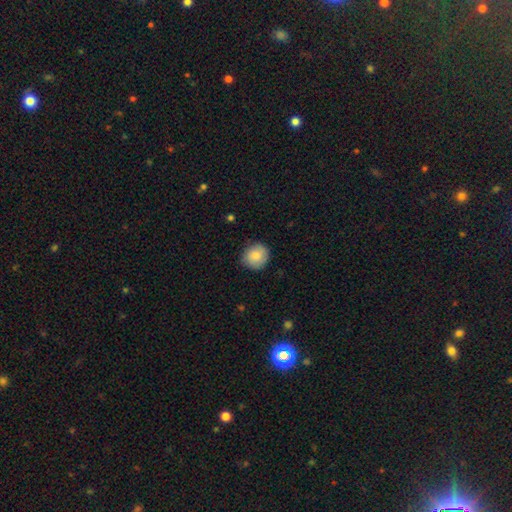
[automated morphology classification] Smooth or featured? Predicted: smooth (p=0.84). How rounded? Predicted: round (p=0.84). Merging? Predicted: none (p=0.84).